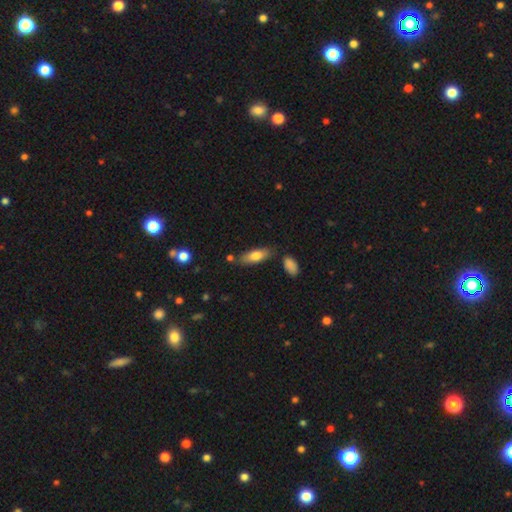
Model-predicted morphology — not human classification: A smooth galaxy with no disk features (74%) that is in between round and cigar-shaped (66%).

Vote fractions:
- Smooth or featured? smooth: 74% / featured or disk: 20% / star or artifact: 6%
- How rounded? in between: 66% / cigar-shaped: 32% / round: 2%
- Merging? none: 76% / minor disturbance: 14% / merger: 7% / major disturbance: 3%